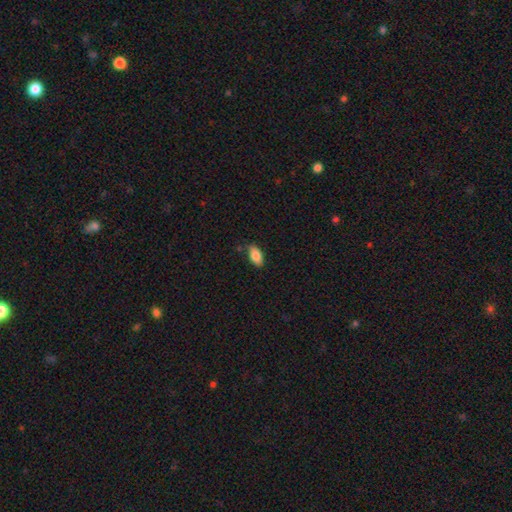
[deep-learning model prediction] Morphology: type=smooth (84%); roundness=in between (91%); merging=none (80%).